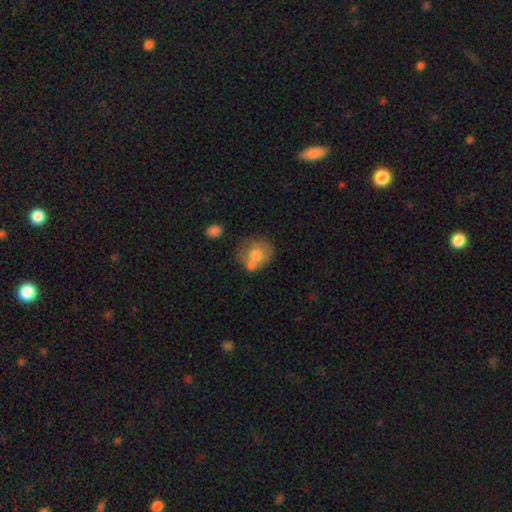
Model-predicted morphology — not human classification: Smooth or featured: smooth — 62% (featured or disk — 30%)
How rounded: round — 74% (in between — 25%)
Merging: none — 42% (merger — 31%)